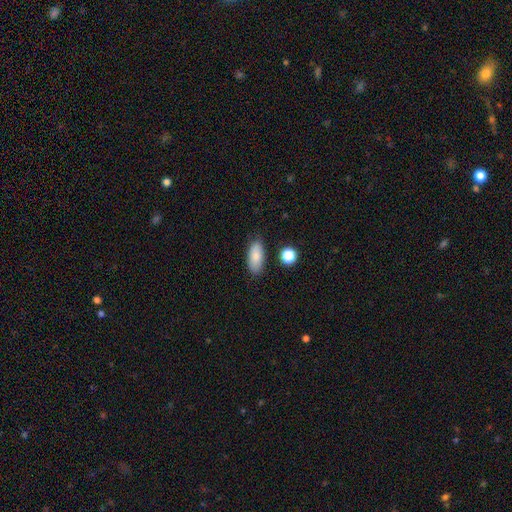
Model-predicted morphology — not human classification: A smooth galaxy with no disk features (85%) that is in between round and cigar-shaped (87%). Merging: none (81%).